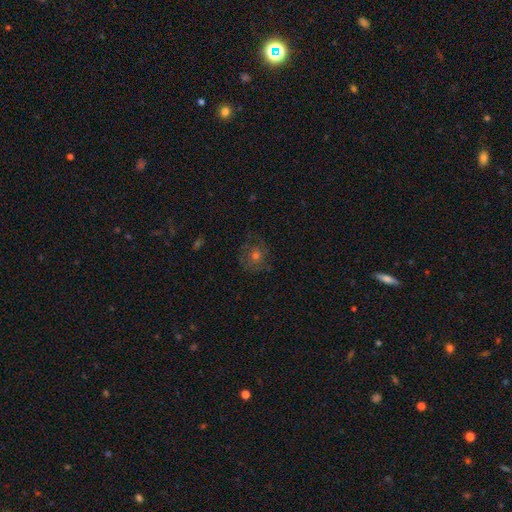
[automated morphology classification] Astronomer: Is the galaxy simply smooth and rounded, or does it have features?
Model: smooth — 45% (runner-up: featured or disk, 34%).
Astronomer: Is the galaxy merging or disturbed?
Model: none — 75%.